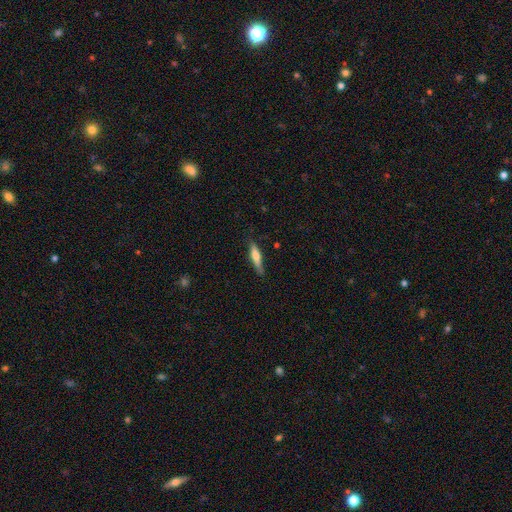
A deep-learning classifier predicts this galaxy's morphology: This appears to be a smooth galaxy with no disk features (53%) that is cigar-shaped (83%). Merging: none (80%).